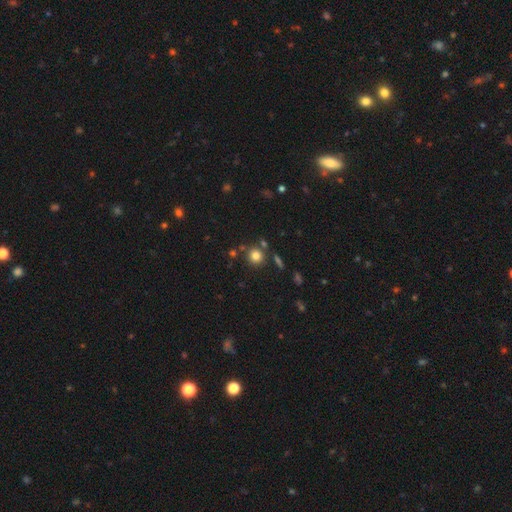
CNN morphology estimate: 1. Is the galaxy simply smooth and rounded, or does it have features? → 79% smooth, 14% star or artifact, 8% featured or disk.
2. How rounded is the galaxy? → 91% round, 8% in between, 1% cigar-shaped.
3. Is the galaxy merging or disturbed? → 80% none, 9% merger, 8% minor disturbance, 3% major disturbance.